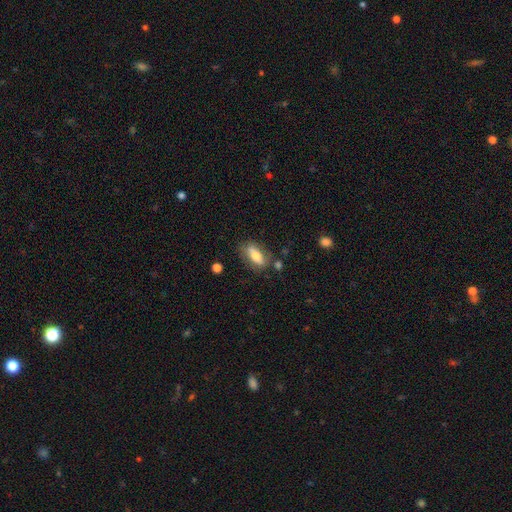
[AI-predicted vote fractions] A smooth galaxy with no disk features (71%) that is in between round and cigar-shaped (76%).

Vote fractions:
- Smooth or featured? smooth: 71% / featured or disk: 22% / star or artifact: 7%
- How rounded? in between: 76% / cigar-shaped: 20% / round: 4%
- Merging? none: 67% / minor disturbance: 20% / major disturbance: 7% / merger: 7%